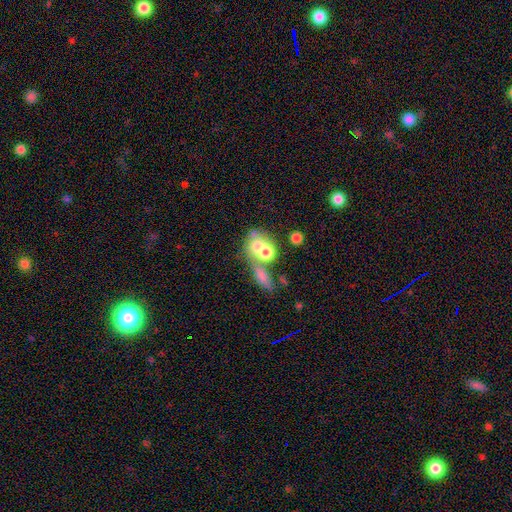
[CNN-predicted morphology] The model was most divided on "merging": merger: 43%, none: 38%, minor disturbance: 11%, major disturbance: 9%. More confident: how rounded — in between (65%); smooth or featured — smooth (51%).